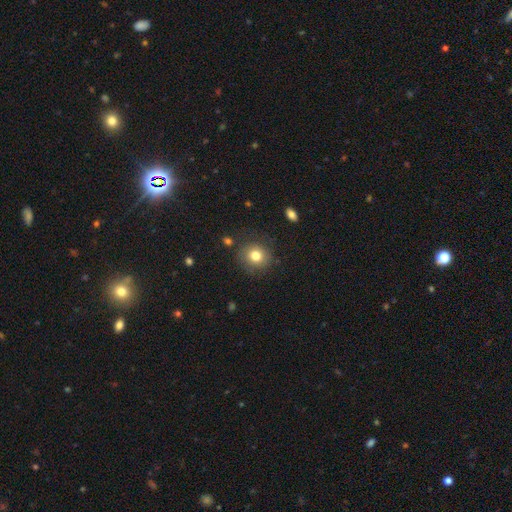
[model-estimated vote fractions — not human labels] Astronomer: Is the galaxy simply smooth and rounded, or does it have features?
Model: smooth — 78%.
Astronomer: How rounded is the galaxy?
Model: round — 87%.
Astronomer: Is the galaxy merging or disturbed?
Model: none — 84%.